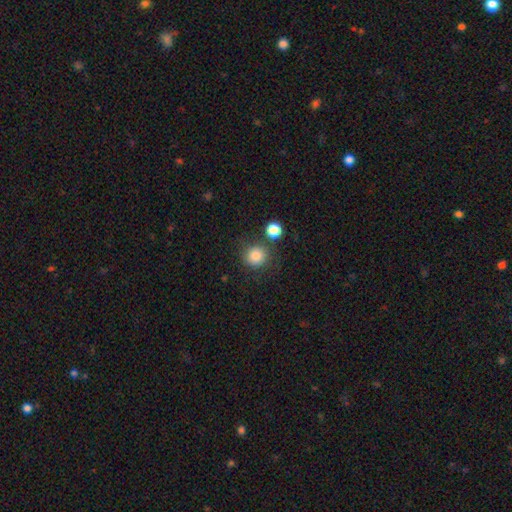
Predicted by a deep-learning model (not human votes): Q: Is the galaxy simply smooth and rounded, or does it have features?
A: smooth — 83%.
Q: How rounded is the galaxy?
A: round — 91%.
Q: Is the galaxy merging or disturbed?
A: none — 78%.